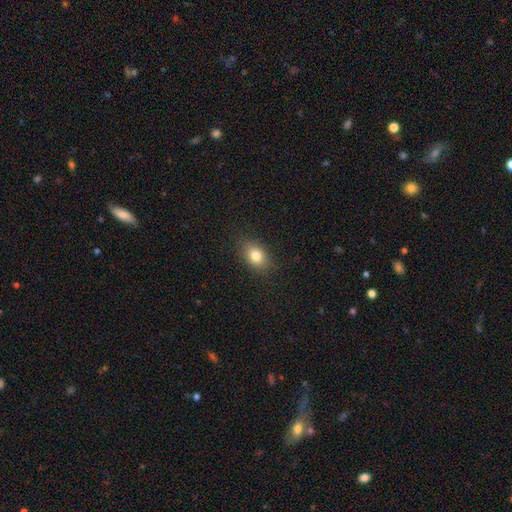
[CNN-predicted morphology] A smooth galaxy with no disk features (80%) that is in between round and cigar-shaped (73%). Merging: none (85%).